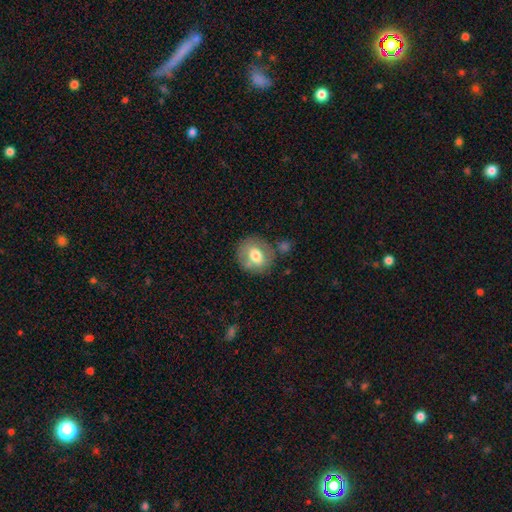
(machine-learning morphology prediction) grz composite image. It shows a smooth galaxy with no disk features (67%) that is round (72%). Merging: none (67%).